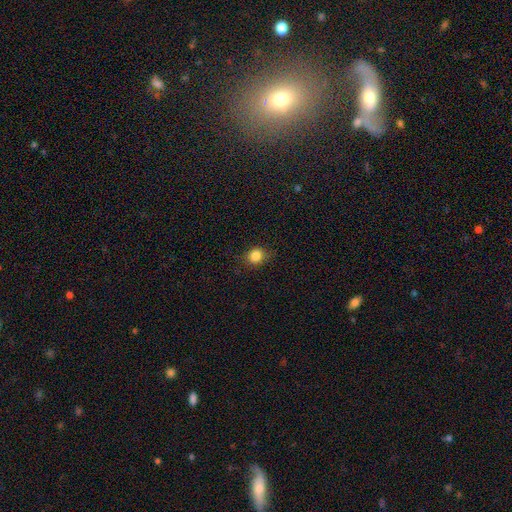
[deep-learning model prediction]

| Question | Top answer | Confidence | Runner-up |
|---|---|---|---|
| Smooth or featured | smooth | 84% | star or artifact (11%) |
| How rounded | round | 73% | in between (26%) |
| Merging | none | 82% | minor disturbance (13%) |